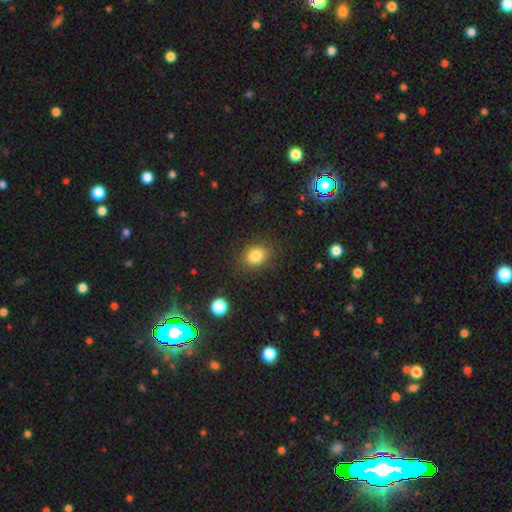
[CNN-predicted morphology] smooth_or_featured: smooth (p=0.83) [alt: star or artifact p=0.11]
how_rounded: round (p=0.53) [alt: in between p=0.46]
merging: none (p=0.85) [alt: minor disturbance p=0.10]